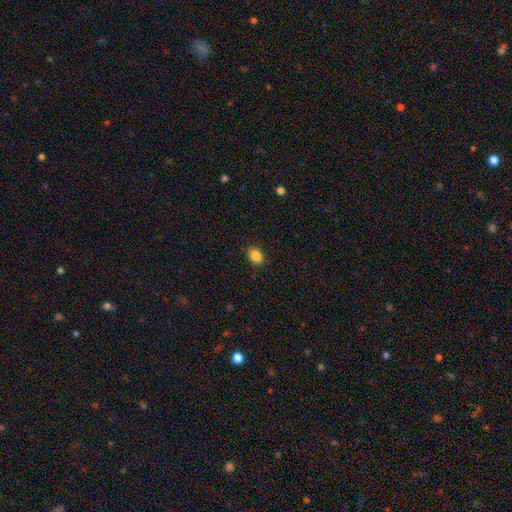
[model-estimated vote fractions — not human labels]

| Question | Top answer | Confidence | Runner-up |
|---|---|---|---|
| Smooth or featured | smooth | 87% | star or artifact (9%) |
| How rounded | in between | 81% | round (18%) |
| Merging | none | 87% | minor disturbance (10%) |